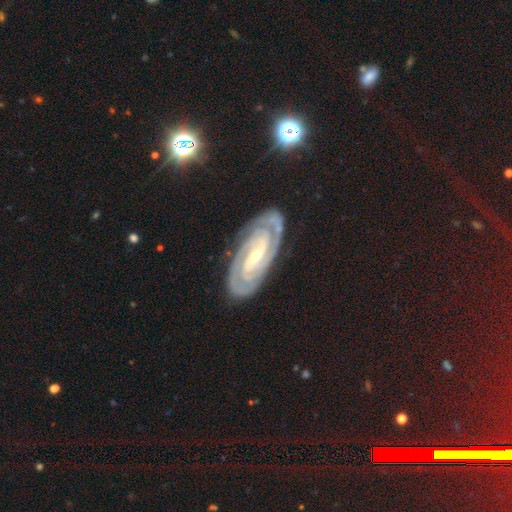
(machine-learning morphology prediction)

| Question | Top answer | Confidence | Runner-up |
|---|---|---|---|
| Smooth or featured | featured or disk | 90% | star or artifact (5%) |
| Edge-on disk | no | 95% | yes (5%) |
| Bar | strong | 41% | weak (38%) |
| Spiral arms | yes | 98% | no (2%) |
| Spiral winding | tight | 76% | medium (21%) |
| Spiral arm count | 2 | 63% | 3 (14%) |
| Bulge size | small | 71% | moderate (25%) |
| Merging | none | 83% | minor disturbance (13%) |